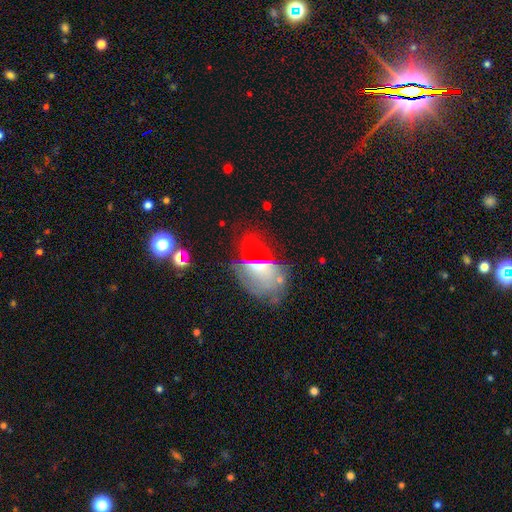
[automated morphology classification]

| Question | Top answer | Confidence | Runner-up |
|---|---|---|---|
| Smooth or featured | featured or disk | 48% | smooth (27%) |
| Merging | none | 35% | major disturbance (34%) |